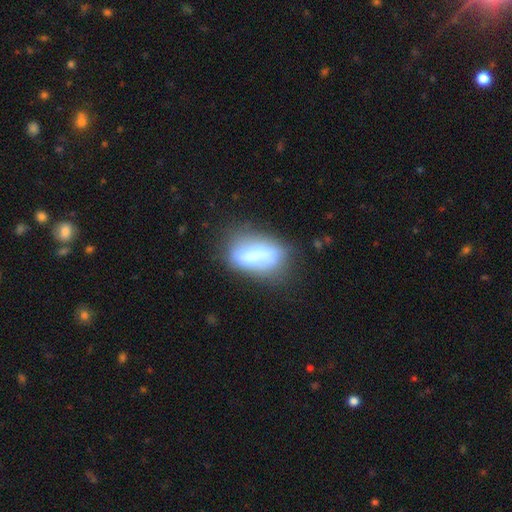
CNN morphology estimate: type=smooth (59%); roundness=in between (74%); merging=none (45%).